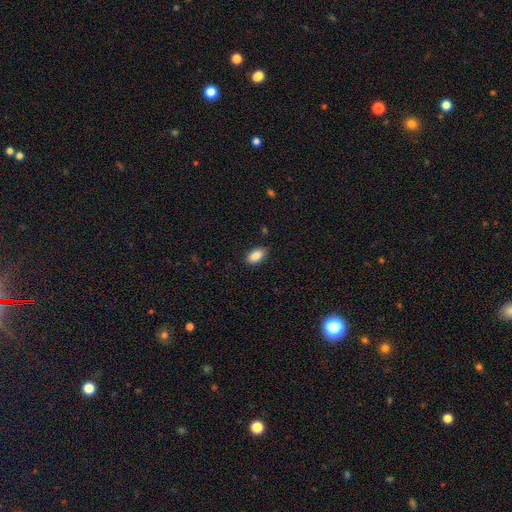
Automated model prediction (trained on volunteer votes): Morphology: type=smooth (89%); roundness=in between (92%); merging=none (84%).